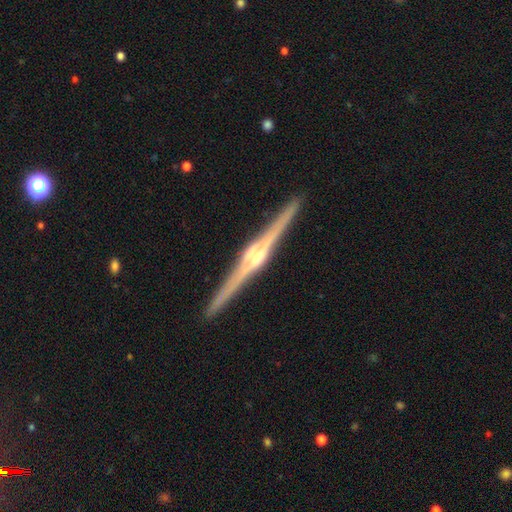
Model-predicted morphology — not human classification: Smooth or featured? Predicted: featured or disk (p=0.91). Edge-on disk? Predicted: yes (p=0.99). Edge-on bulge? Predicted: rounded (p=0.80). Merging? Predicted: none (p=0.93).